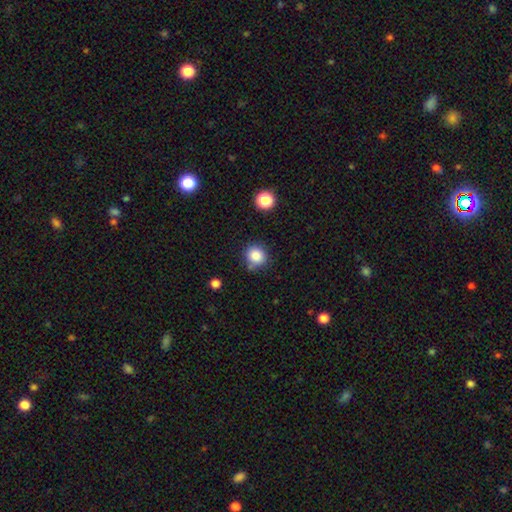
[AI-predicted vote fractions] Smooth or featured?
  - smooth: 85% *
  - star or artifact: 11%
  - featured or disk: 5%
How rounded?
  - round: 87% *
  - in between: 12%
  - cigar-shaped: 1%
Merging?
  - none: 76% *
  - minor disturbance: 15%
  - merger: 5%
  - major disturbance: 4%